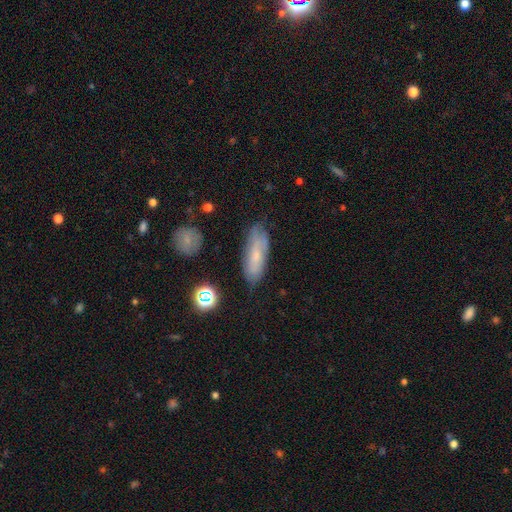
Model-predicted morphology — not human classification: Smooth or featured? Predicted: smooth (p=0.54). How rounded? Predicted: in between (p=0.60). Merging? Predicted: none (p=0.71).